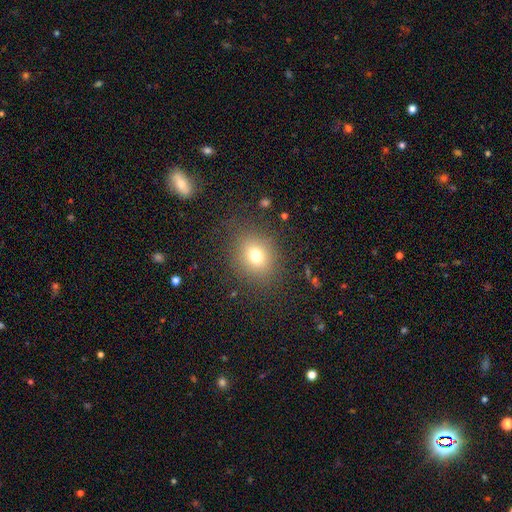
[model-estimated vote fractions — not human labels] smooth-or-featured: smooth: 73% | star or artifact: 15% | featured or disk: 12%
  how-rounded: round: 66% | in between: 33% | cigar-shaped: 1%
  merging: none: 81% | minor disturbance: 11% | major disturbance: 6% | merger: 1%